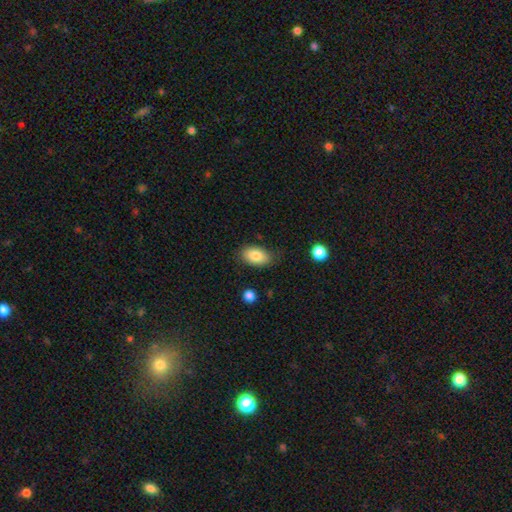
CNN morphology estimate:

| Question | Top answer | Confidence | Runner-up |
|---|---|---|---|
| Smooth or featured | smooth | 85% | featured or disk (8%) |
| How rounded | in between | 92% | round (7%) |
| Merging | none | 79% | minor disturbance (16%) |